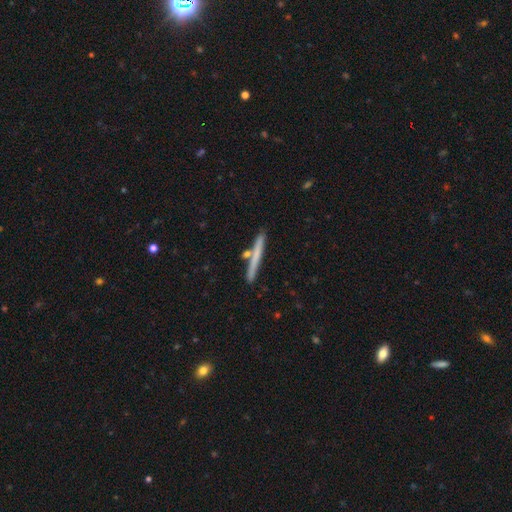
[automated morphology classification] Q: Smooth or featured?
A: smooth (58%); runner-up: featured or disk (37%)
Q: How rounded?
A: cigar-shaped (96%); runner-up: in between (2%)
Q: Merging?
A: none (83%); runner-up: minor disturbance (8%)